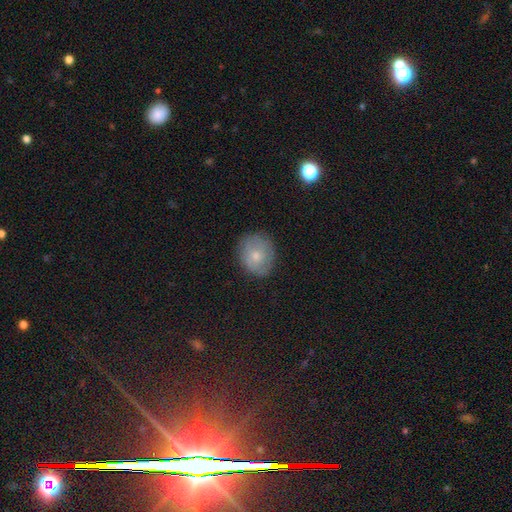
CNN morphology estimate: smooth-or-featured: smooth: 66% | featured or disk: 26% | star or artifact: 8%
  how-rounded: round: 71% | in between: 28% | cigar-shaped: 1%
  merging: none: 80% | minor disturbance: 15% | major disturbance: 4% | merger: 1%